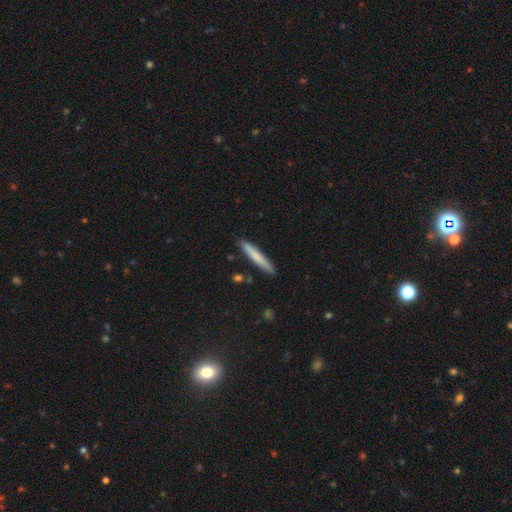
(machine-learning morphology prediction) Smooth or featured? smooth (74%)
How rounded? cigar-shaped (95%)
Merging? none (88%)